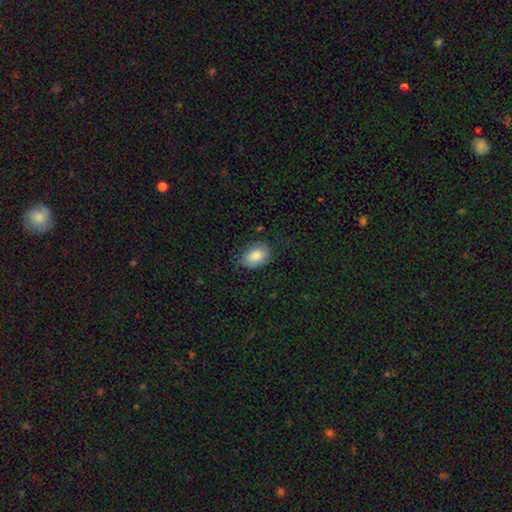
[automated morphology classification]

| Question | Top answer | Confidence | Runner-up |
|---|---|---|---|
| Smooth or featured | smooth | 86% | featured or disk (8%) |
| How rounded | in between | 87% | round (12%) |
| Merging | none | 74% | minor disturbance (20%) |